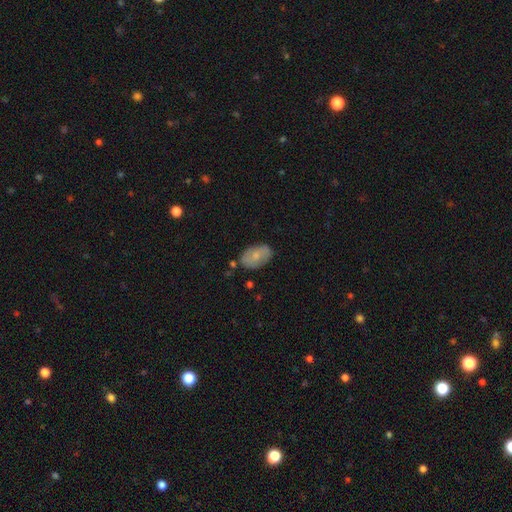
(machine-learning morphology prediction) This is likely a smooth galaxy (67%). How rounded: clearly in between (89%). Merging: likely none (78%).